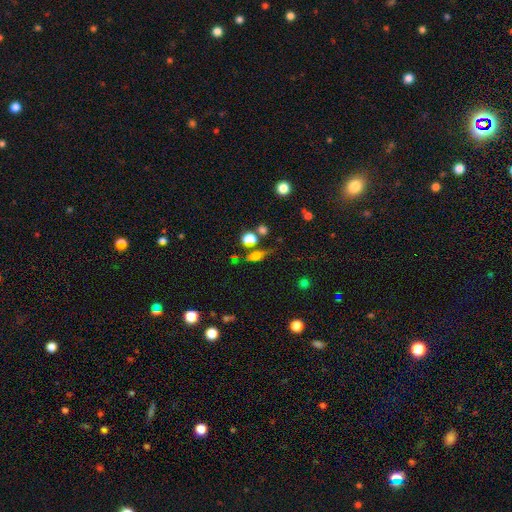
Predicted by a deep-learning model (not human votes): Smooth or featured: smooth — 59% (featured or disk — 24%)
How rounded: in between — 54% (cigar-shaped — 25%)
Merging: none — 59% (minor disturbance — 21%)